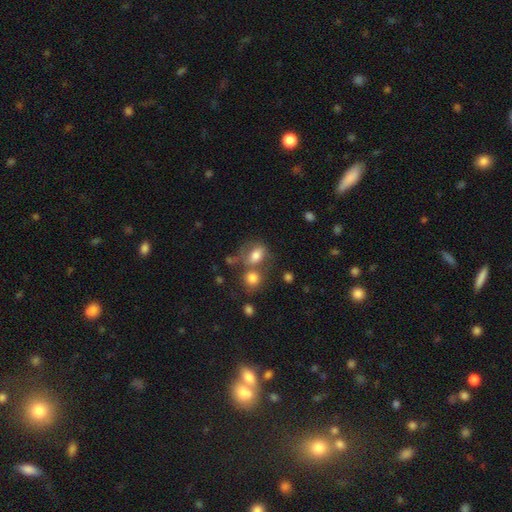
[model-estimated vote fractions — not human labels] A smooth galaxy with no disk features (74%) that is in between round and cigar-shaped (72%).

Vote fractions:
- Smooth or featured? smooth: 74% / featured or disk: 15% / star or artifact: 11%
- How rounded? in between: 72% / round: 26% / cigar-shaped: 2%
- Merging? merger: 38% / none: 36% / minor disturbance: 16% / major disturbance: 10%